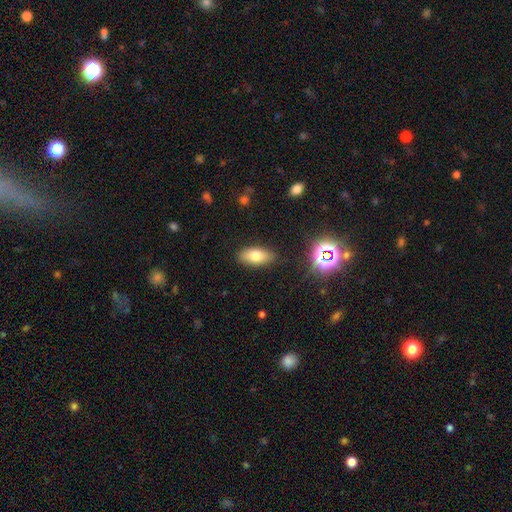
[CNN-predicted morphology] smooth-or-featured: smooth: 74% | featured or disk: 15% | star or artifact: 11%
  how-rounded: in between: 86% | cigar-shaped: 10% | round: 4%
  merging: none: 86% | minor disturbance: 10% | major disturbance: 3% | merger: 2%